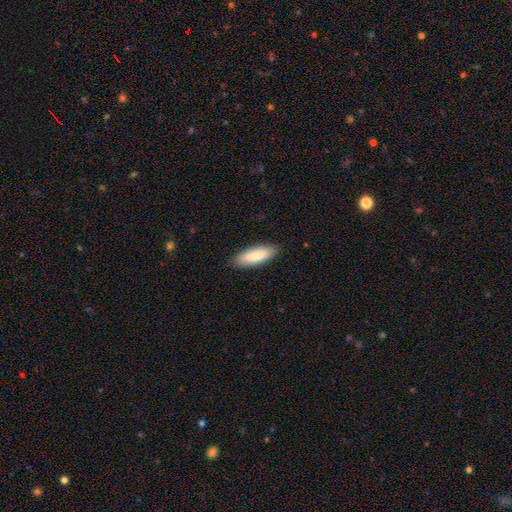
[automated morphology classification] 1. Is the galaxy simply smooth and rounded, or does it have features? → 87% smooth, 8% featured or disk, 5% star or artifact.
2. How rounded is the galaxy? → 60% in between, 39% cigar-shaped, 1% round.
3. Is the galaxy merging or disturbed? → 89% none, 9% minor disturbance, 2% major disturbance, 1% merger.